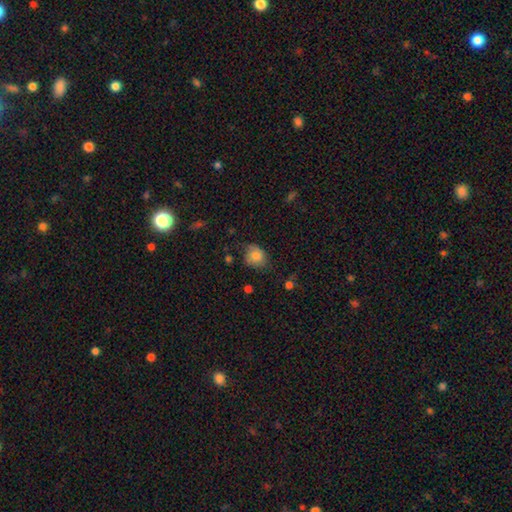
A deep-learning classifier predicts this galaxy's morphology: smooth_or_featured: smooth (p=0.79) [alt: featured or disk p=0.11]
how_rounded: round (p=0.60) [alt: in between p=0.39]
merging: none (p=0.61) [alt: minor disturbance p=0.30]